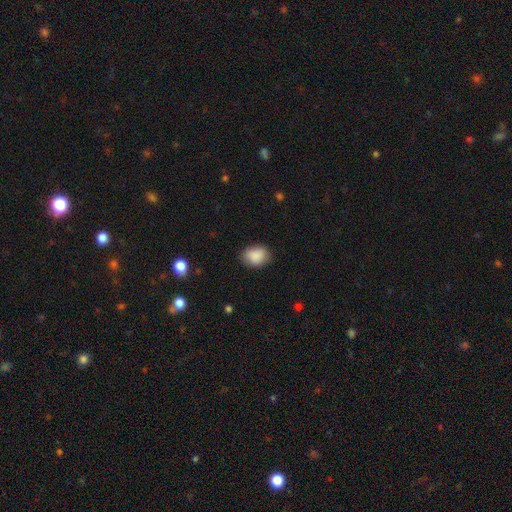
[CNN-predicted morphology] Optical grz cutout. It shows a smooth galaxy with no disk features (89%) that is in between round and cigar-shaped (65%). Merging: none (82%).